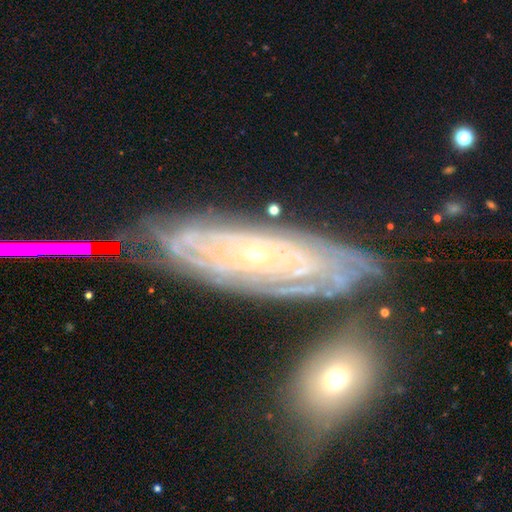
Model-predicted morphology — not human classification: smooth-or-featured: featured or disk: 84% | smooth: 8% | star or artifact: 7%
  disk-edge-on: no: 84% | yes: 16%
    bar: no: 76% | weak: 16% | strong: 7%
    has-spiral-arms: yes: 91% | no: 9%
      spiral-winding: tight: 83% | medium: 13% | loose: 4%
      spiral-arm-count: can't tell: 52% | more than 4: 11% | 2: 11% | 4: 10% | 3: 10% | 1: 6%
    bulge-size: small: 80% | moderate: 16% | large: 1% | none: 1% | dominant: 1%
  merging: none: 64% | minor disturbance: 21% | major disturbance: 8% | merger: 7%